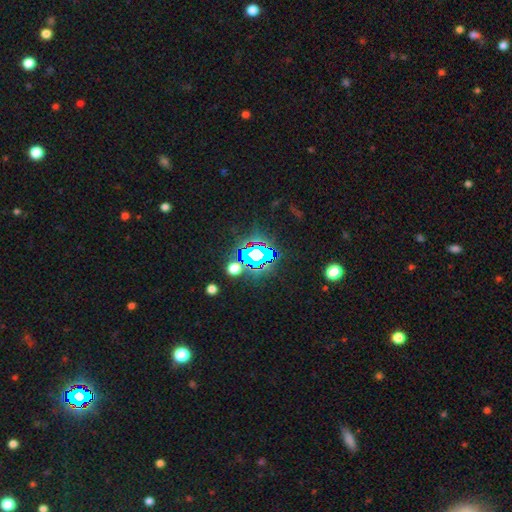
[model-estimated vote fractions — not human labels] smooth_or_featured: star or artifact (p=0.70) [alt: smooth p=0.18]